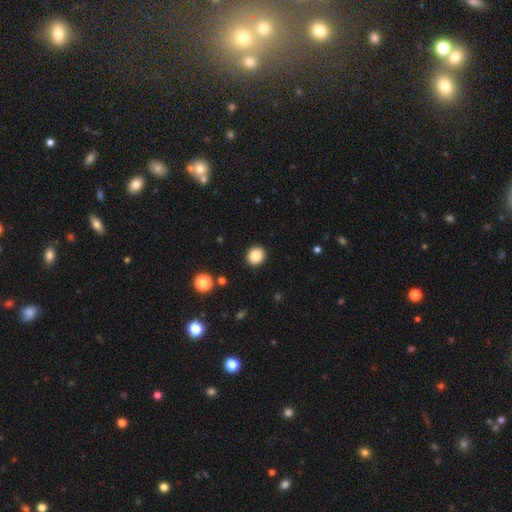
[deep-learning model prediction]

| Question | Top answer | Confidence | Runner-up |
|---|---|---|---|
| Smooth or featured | smooth | 85% | star or artifact (10%) |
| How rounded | round | 82% | in between (17%) |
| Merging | none | 92% | minor disturbance (5%) |